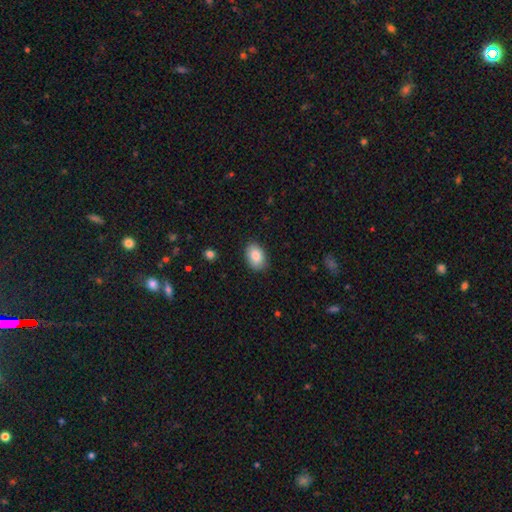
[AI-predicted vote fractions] Overall: smooth (87%). How rounded: in between (87%). Merging: none (87%).